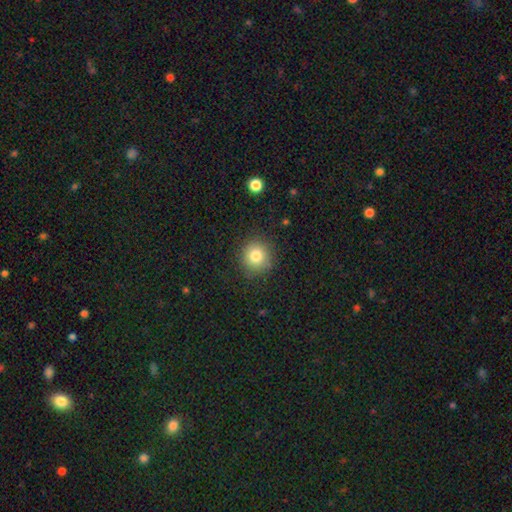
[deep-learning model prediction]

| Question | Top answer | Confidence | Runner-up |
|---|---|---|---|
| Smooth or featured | smooth | 80% | star or artifact (12%) |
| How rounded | round | 92% | in between (7%) |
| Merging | none | 87% | minor disturbance (9%) |